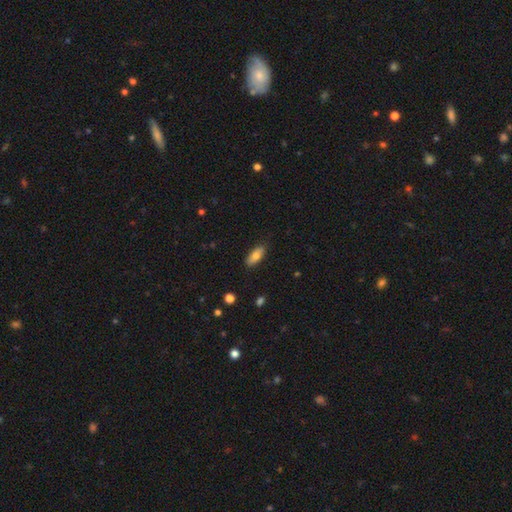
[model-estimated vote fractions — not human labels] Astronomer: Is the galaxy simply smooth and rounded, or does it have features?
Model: smooth — 76%.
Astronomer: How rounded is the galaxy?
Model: in between — 81%.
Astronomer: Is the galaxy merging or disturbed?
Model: none — 85%.